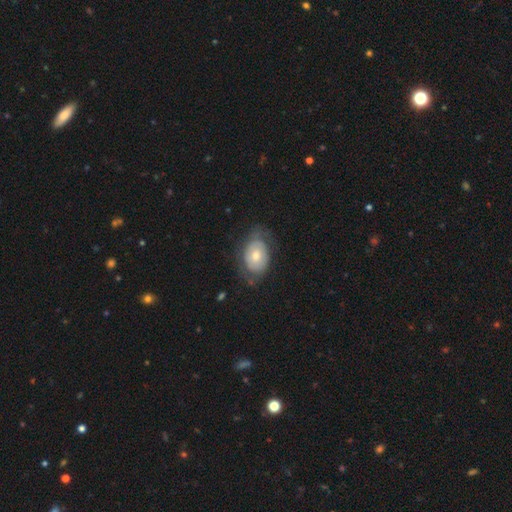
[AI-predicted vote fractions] Smooth or featured: smooth — 51% (featured or disk — 43%)
How rounded: in between — 77% (round — 22%)
Merging: none — 57% (minor disturbance — 27%)